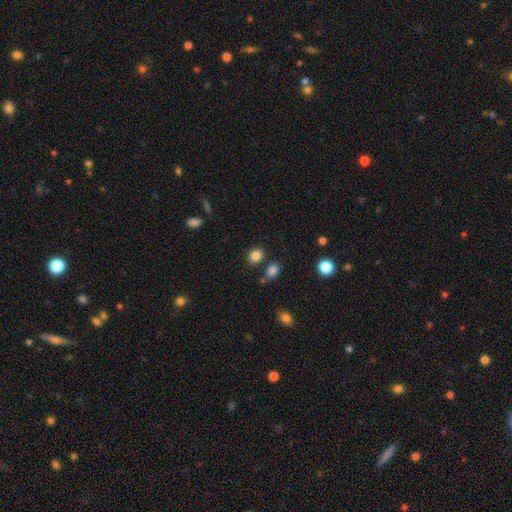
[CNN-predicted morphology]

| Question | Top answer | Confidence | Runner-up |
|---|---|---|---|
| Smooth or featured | smooth | 84% | star or artifact (11%) |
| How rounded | round | 55% | in between (44%) |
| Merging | none | 77% | minor disturbance (10%) |